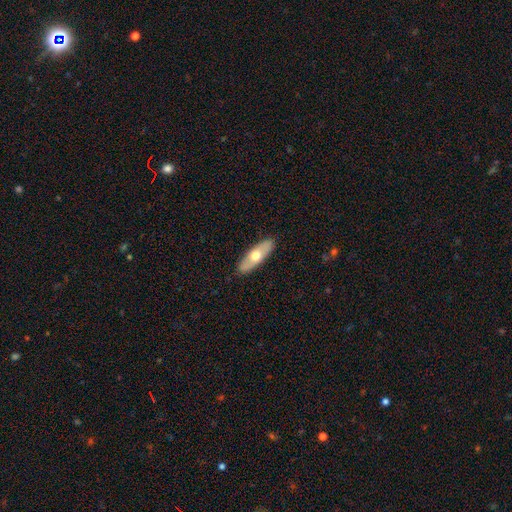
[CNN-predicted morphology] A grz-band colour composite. It shows a smooth galaxy with no disk features (54%) that is in between round and cigar-shaped (56%). Merging: none (89%).